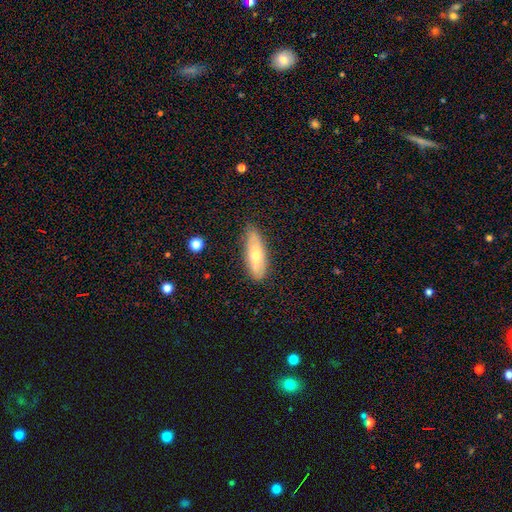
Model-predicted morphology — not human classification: Smooth or featured? Predicted: smooth (p=0.59). How rounded? Predicted: in between (p=0.60). Merging? Predicted: none (p=0.81).